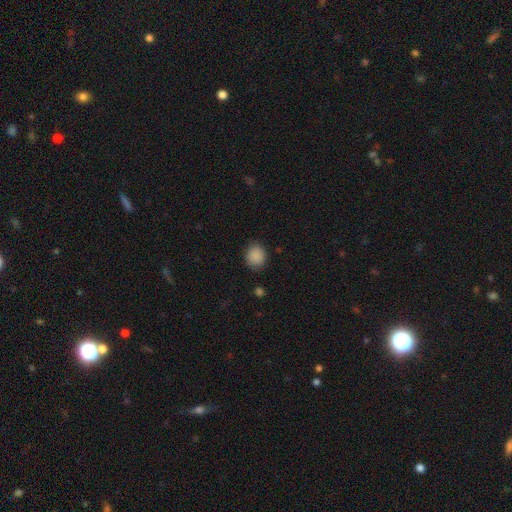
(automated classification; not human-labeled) This is clearly a smooth galaxy (88%). How rounded: likely round (77%). Merging: clearly none (85%).